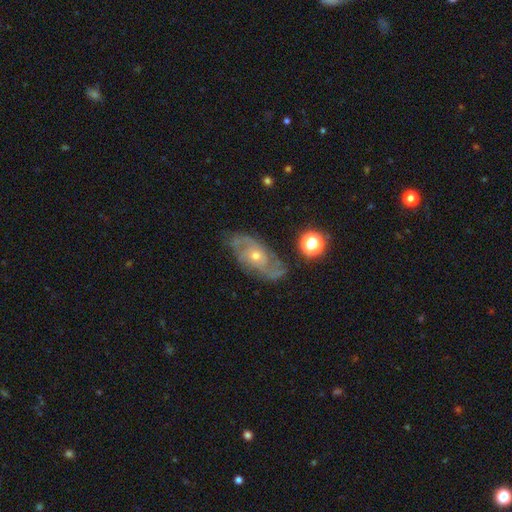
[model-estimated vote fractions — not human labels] A featured or disk galaxy (84%) with no bar (70%), 2 (68%) medium (47%) spiral arms (94%) and a small central bulge (54%). Merging: none (75%).